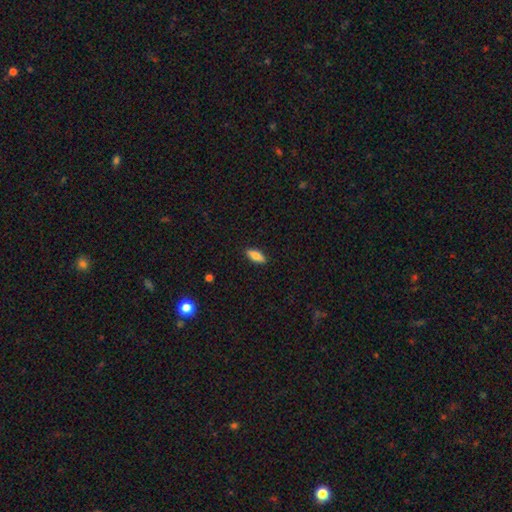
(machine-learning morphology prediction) Smooth or featured?
  - smooth: 78% *
  - featured or disk: 15%
  - star or artifact: 7%
How rounded?
  - in between: 73% *
  - cigar-shaped: 25%
  - round: 2%
Merging?
  - none: 89% *
  - minor disturbance: 8%
  - major disturbance: 2%
  - merger: 1%